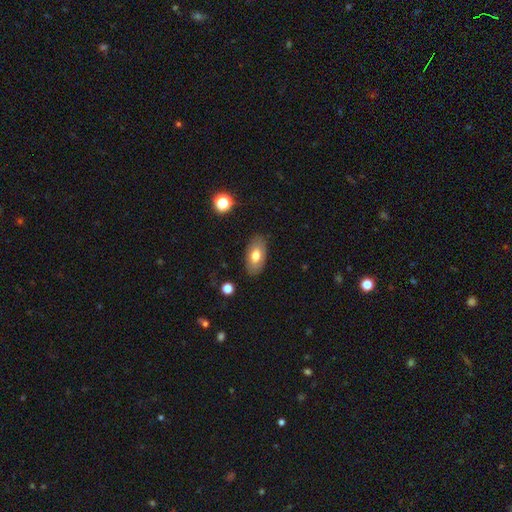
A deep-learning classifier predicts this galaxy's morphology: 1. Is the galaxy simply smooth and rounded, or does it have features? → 72% smooth, 21% featured or disk, 7% star or artifact.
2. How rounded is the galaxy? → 92% in between, 4% round, 4% cigar-shaped.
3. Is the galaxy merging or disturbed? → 86% none, 10% minor disturbance, 3% major disturbance, 1% merger.